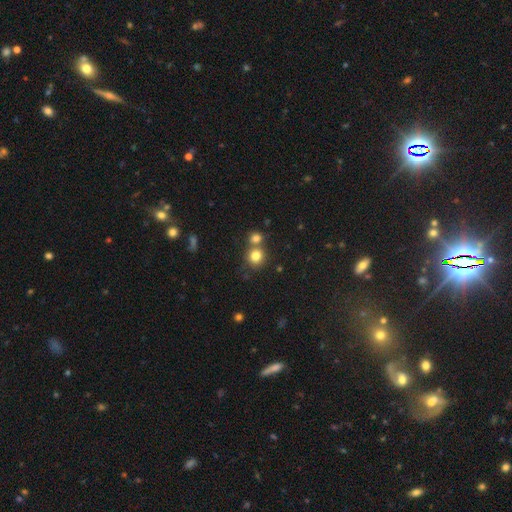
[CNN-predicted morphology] Overall: smooth (80%). How rounded: round (88%). Merging: none (57%; merger 33%).